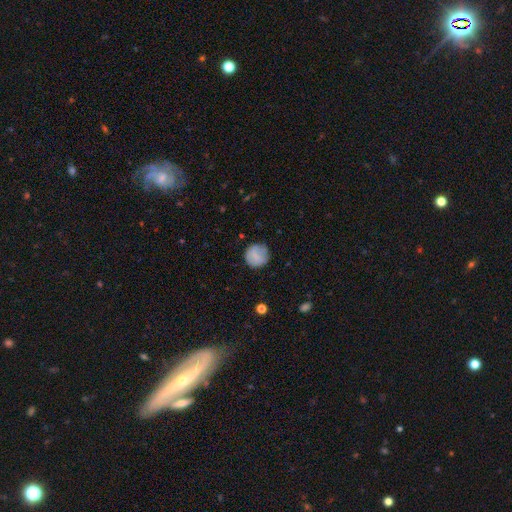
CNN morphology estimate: Overall: smooth (78%). How rounded: round (91%). Merging: none (77%).